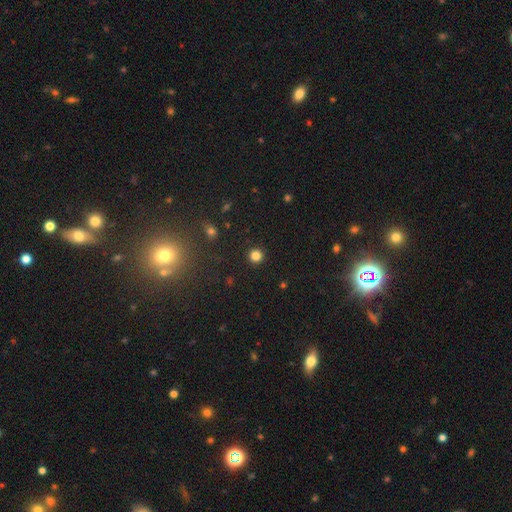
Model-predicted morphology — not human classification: Smooth or featured? smooth (82%)
How rounded? round (95%)
Merging? none (93%)